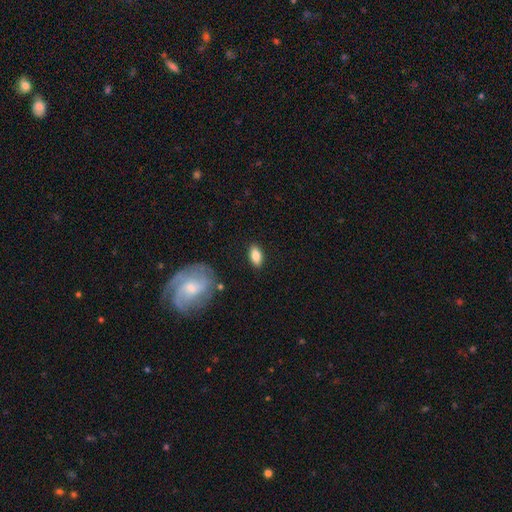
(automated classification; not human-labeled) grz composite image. It shows a smooth galaxy with no disk features (82%) that is in between round and cigar-shaped (87%). Merging: none (86%).